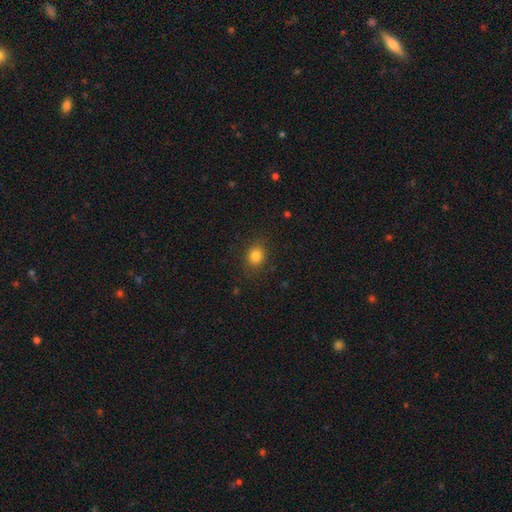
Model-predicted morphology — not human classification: type=smooth (83%); roundness=round (64%); merging=none (87%).